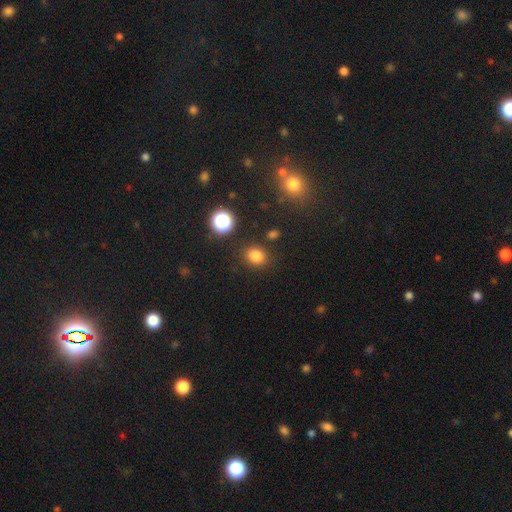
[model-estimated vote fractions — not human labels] A smooth galaxy with no disk features (80%) that is round (58%). Merging: none (84%).